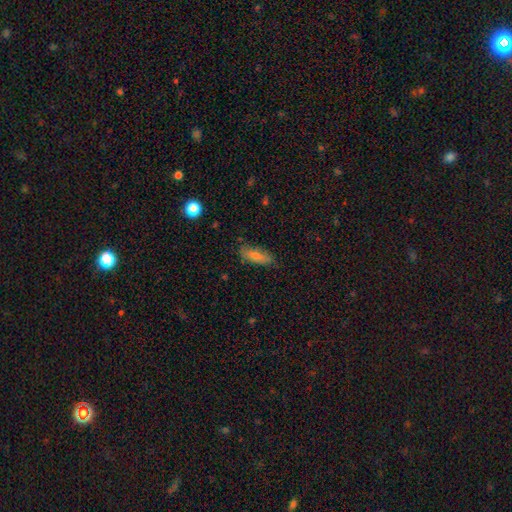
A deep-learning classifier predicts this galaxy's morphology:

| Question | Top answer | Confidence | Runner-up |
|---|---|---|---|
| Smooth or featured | smooth | 69% | featured or disk (22%) |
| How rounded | in between | 54% | cigar-shaped (43%) |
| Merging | none | 80% | minor disturbance (16%) |